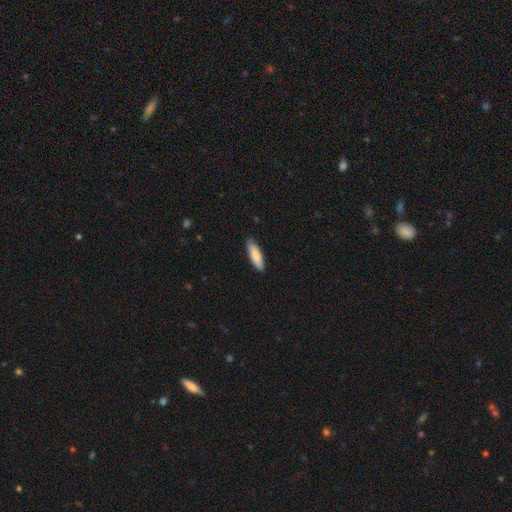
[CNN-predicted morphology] type=smooth (82%); roundness=cigar-shaped (56%); merging=none (86%).